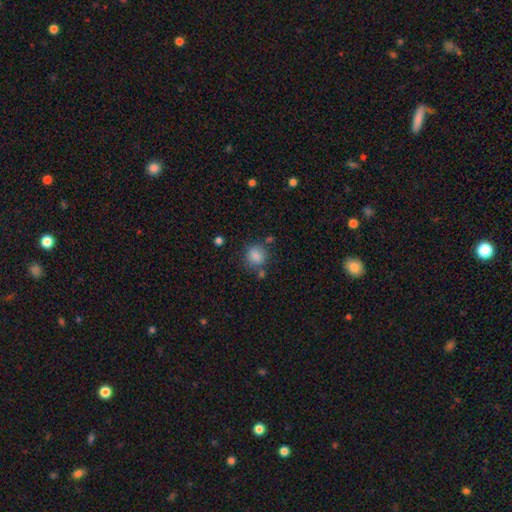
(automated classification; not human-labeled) Smooth or featured? Predicted: smooth (p=0.85). How rounded? Predicted: round (p=0.73). Merging? Predicted: none (p=0.71).